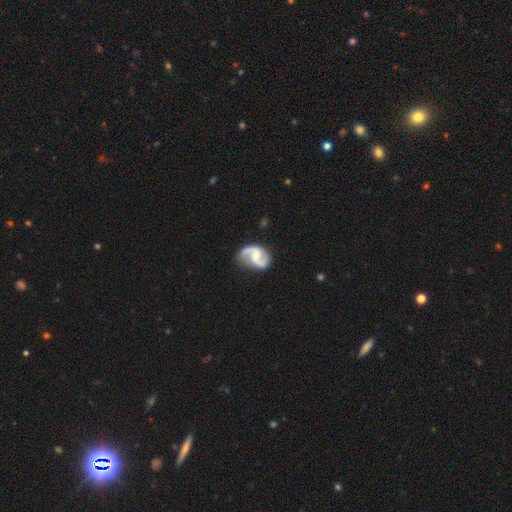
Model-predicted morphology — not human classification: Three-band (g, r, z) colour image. It shows a featured or disk galaxy (87%) with a weak bar (51%), 2 (92%) loose (46%) spiral arms (96%) and a small central bulge (37%). Merging: none (71%).